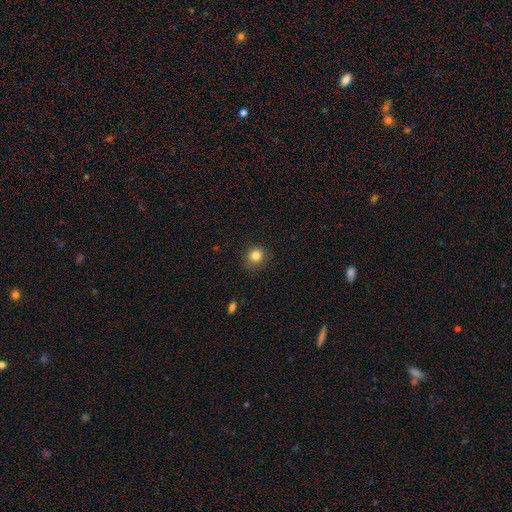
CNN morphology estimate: Smooth or featured? smooth (83%)
How rounded? round (85%)
Merging? none (84%)